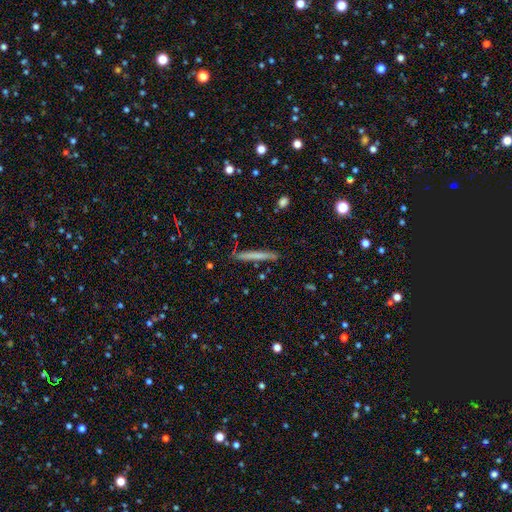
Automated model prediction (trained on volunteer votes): smooth_or_featured: smooth (p=0.65) [alt: featured or disk p=0.28]
how_rounded: cigar-shaped (p=0.97) [alt: in between p=0.02]
merging: none (p=0.87) [alt: minor disturbance p=0.09]